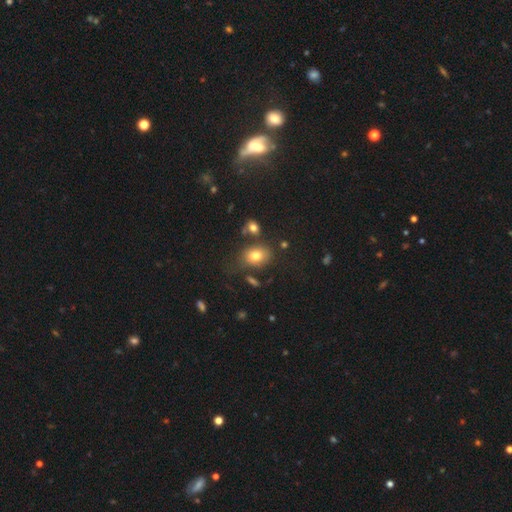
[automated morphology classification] smooth-or-featured: smooth: 77% | featured or disk: 12% | star or artifact: 11%
  how-rounded: in between: 69% | round: 30% | cigar-shaped: 1%
  merging: none: 69% | minor disturbance: 16% | merger: 9% | major disturbance: 6%